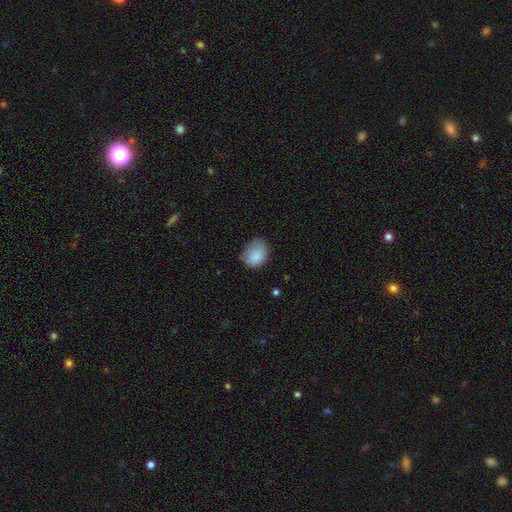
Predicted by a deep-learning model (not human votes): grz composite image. It shows a smooth galaxy with no disk features (86%) that is in between round and cigar-shaped (56%). Merging: none (57%).